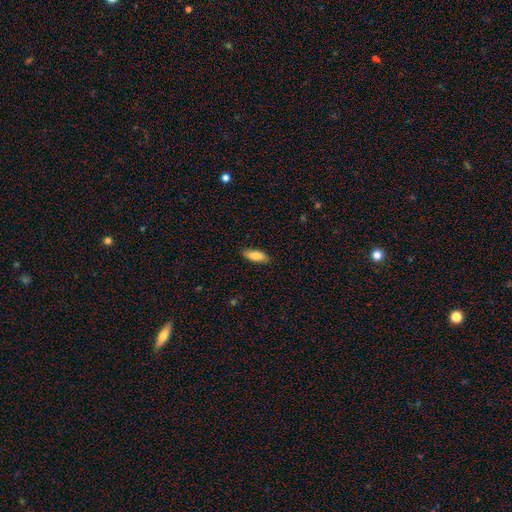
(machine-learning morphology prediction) The model was most divided on "how rounded": in between: 74%, cigar-shaped: 24%, round: 2%. More confident: merging — none (87%); smooth or featured — smooth (85%).